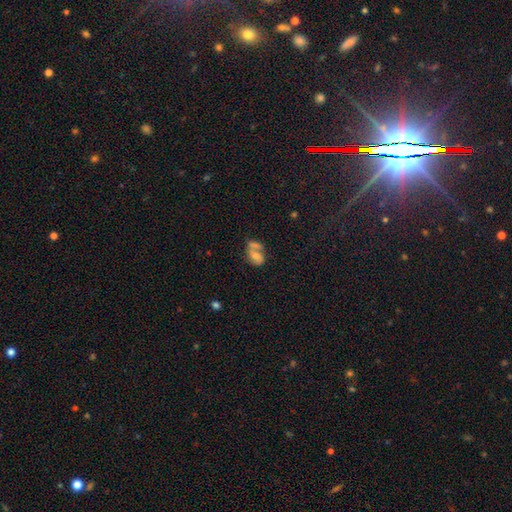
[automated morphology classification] type=featured or disk (45%); merging=merger (36%).